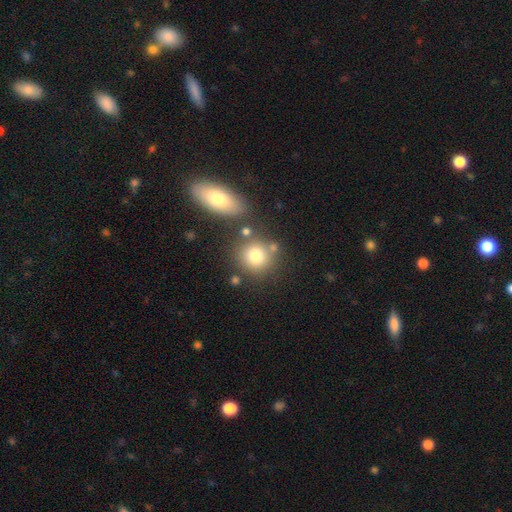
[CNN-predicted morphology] smooth_or_featured: smooth (p=0.78) [alt: featured or disk p=0.11]
how_rounded: round (p=0.85) [alt: in between p=0.13]
merging: none (p=0.69) [alt: merger p=0.16]